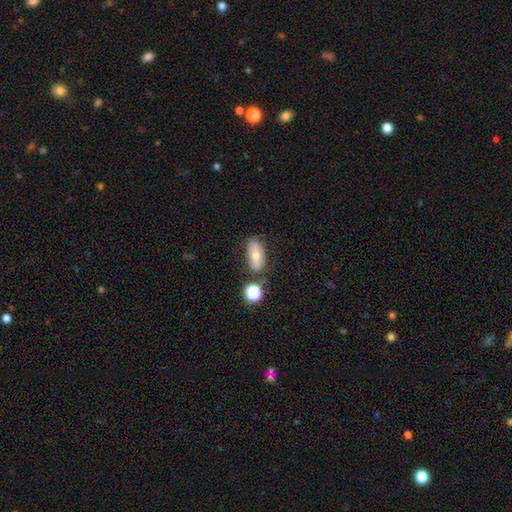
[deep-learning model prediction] Smooth or featured: smooth — 62% (featured or disk — 26%)
How rounded: in between — 87% (round — 7%)
Merging: none — 64% (minor disturbance — 21%)